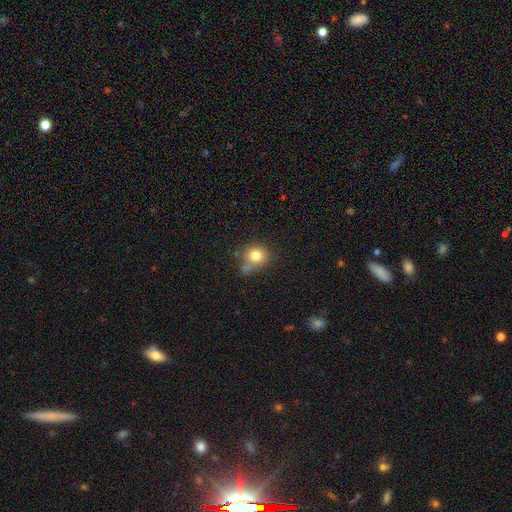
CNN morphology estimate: type=smooth (79%); roundness=round (82%); merging=none (56%).